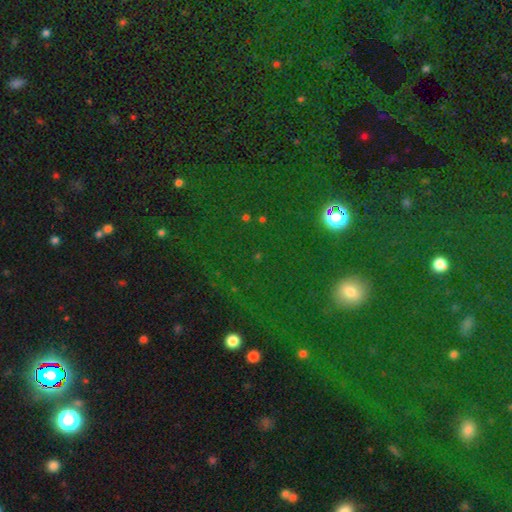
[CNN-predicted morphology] This appears to be a star or artifact, not a galaxy (63%).